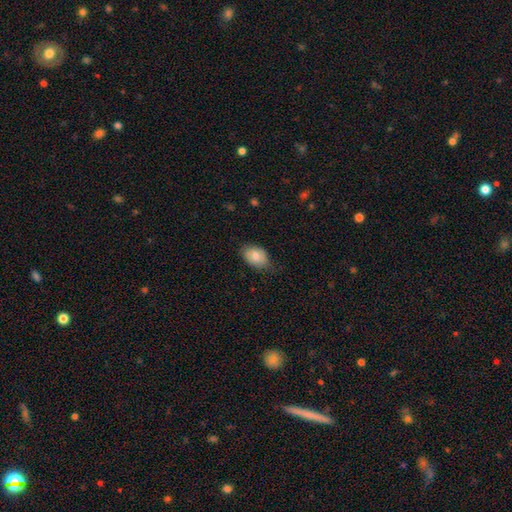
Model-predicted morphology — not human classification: Q: Smooth or featured?
A: smooth (78%); runner-up: featured or disk (15%)
Q: How rounded?
A: in between (86%); runner-up: round (13%)
Q: Merging?
A: none (68%); runner-up: minor disturbance (26%)